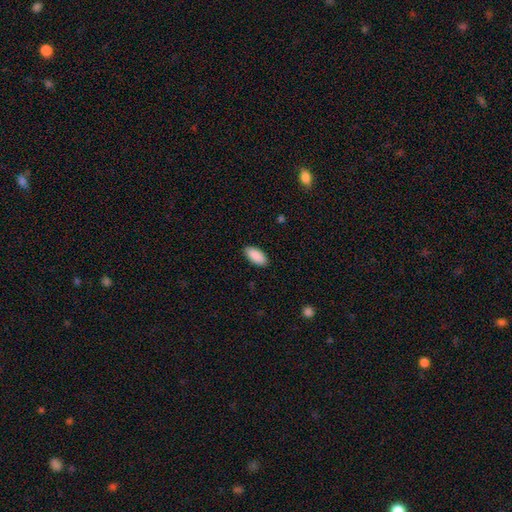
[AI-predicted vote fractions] Smooth or featured: smooth — 91% (star or artifact — 6%)
How rounded: in between — 92% (cigar-shaped — 6%)
Merging: none — 89% (minor disturbance — 8%)